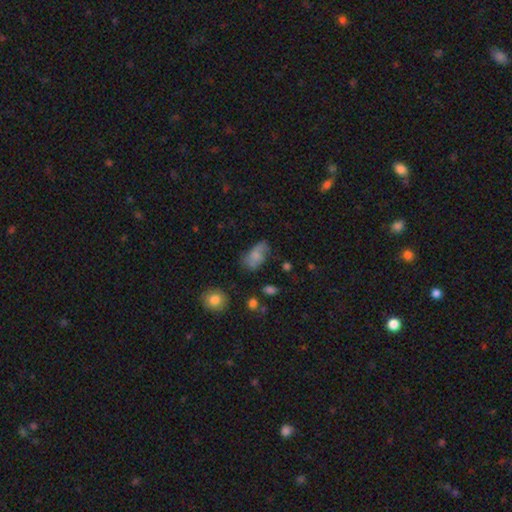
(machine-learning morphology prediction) Q: Smooth or featured?
A: smooth (64%); runner-up: featured or disk (27%)
Q: How rounded?
A: in between (90%); runner-up: round (8%)
Q: Merging?
A: none (51%); runner-up: minor disturbance (30%)